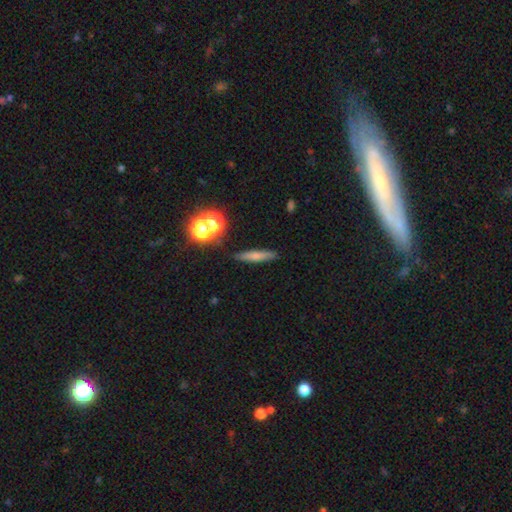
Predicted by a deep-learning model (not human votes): smooth 62%, featured or disk 25%, star or artifact 13%. Down the decision tree: how rounded — cigar-shaped (82%); merging — none (83%).